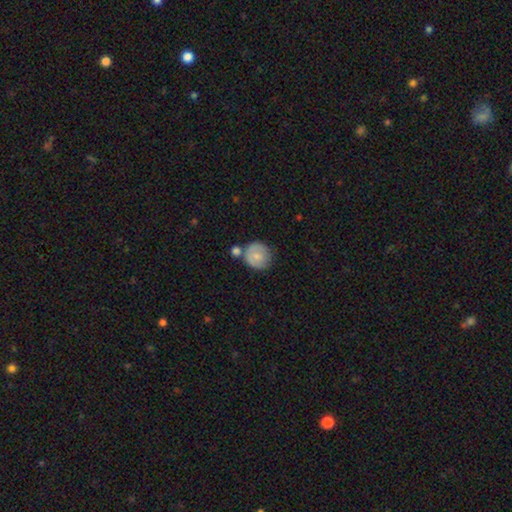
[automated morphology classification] Smooth or featured? smooth (73%)
How rounded? round (88%)
Merging? none (54%)